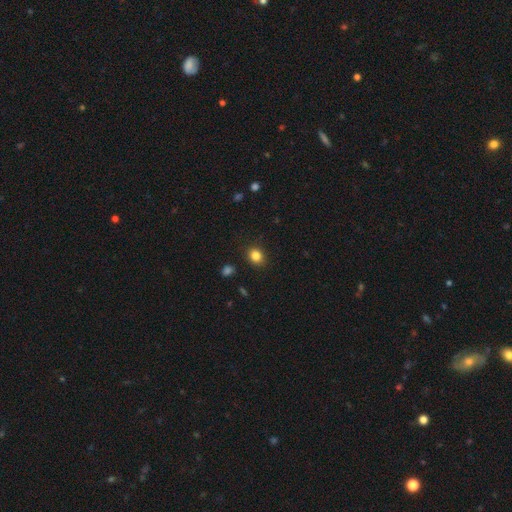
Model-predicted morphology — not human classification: The model was most divided on "how rounded": round: 69%, in between: 30%, cigar-shaped: 1%. More confident: merging — none (89%); smooth or featured — smooth (84%).